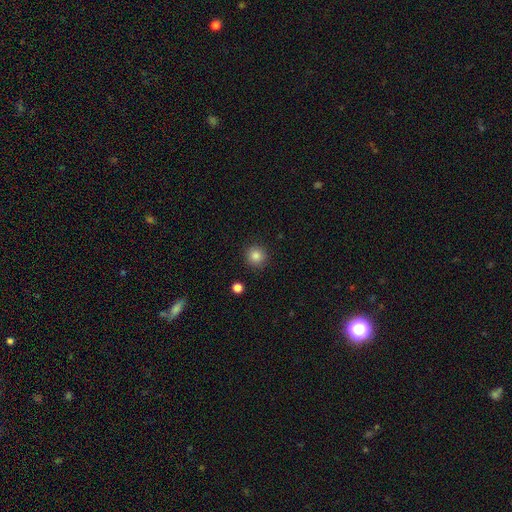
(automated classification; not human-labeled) A smooth galaxy with no disk features (85%) that is round (94%). Merging: none (90%).